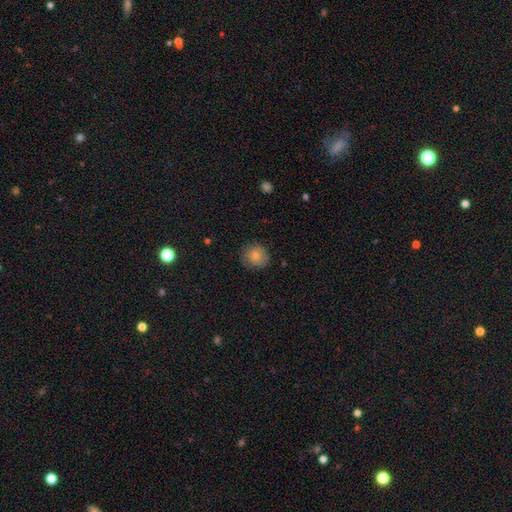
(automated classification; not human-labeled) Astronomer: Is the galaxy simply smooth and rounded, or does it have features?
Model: smooth — 80%.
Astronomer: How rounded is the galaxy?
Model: round — 88%.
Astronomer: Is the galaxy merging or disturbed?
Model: none — 80%.